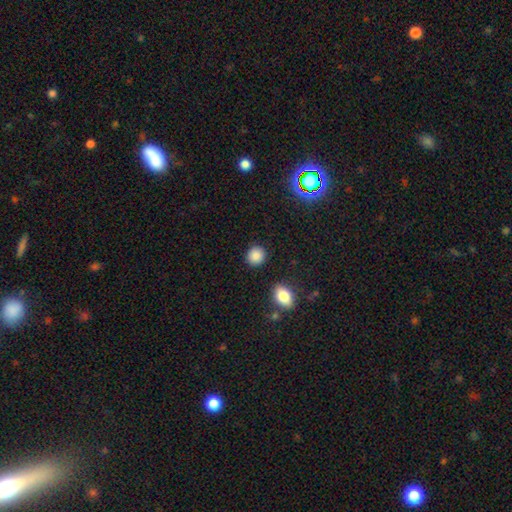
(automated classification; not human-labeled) smooth 87%, star or artifact 10%, featured or disk 4%. Down the decision tree: how rounded — round (85%); merging — none (88%).